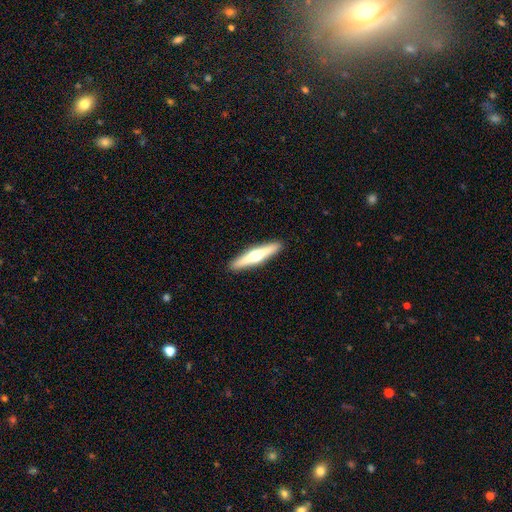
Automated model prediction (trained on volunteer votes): A featured or disk galaxy (59%) viewed edge-on (96%) with a rounded central bulge (94%). Merging: none (92%).